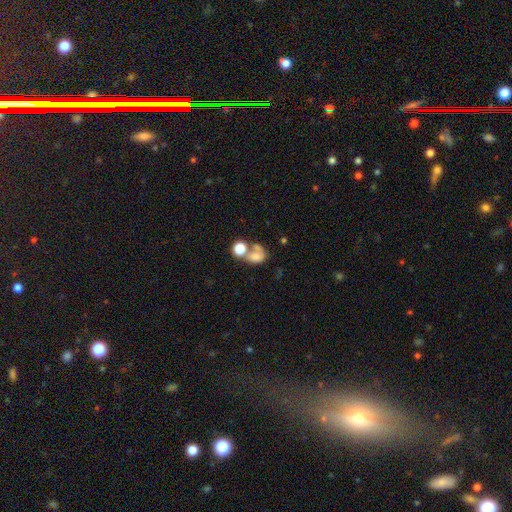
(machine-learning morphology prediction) Smooth or featured? smooth (67%)
How rounded? in between (52%)
Merging? merger (53%)